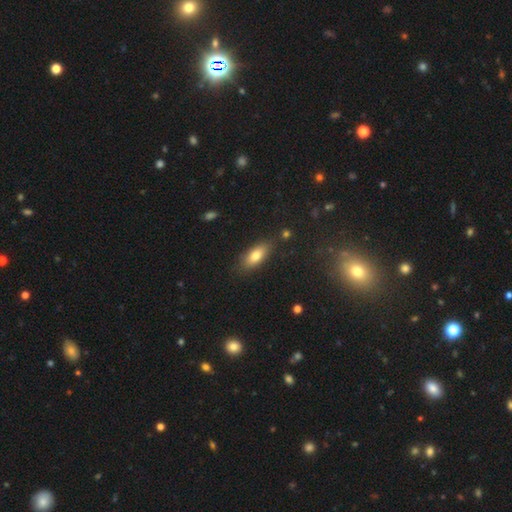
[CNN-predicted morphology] Q: Smooth or featured?
A: smooth (78%); runner-up: featured or disk (15%)
Q: How rounded?
A: in between (82%); runner-up: cigar-shaped (14%)
Q: Merging?
A: none (81%); runner-up: minor disturbance (13%)